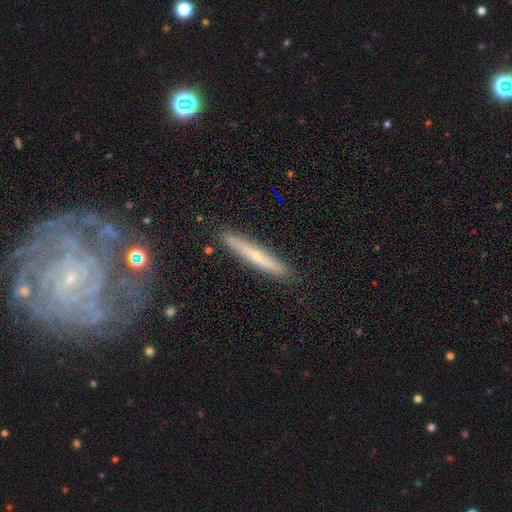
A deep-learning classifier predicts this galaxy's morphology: A smooth galaxy with no disk features (57%) that is cigar-shaped (95%).

Vote fractions:
- Smooth or featured? smooth: 57% / featured or disk: 36% / star or artifact: 7%
- How rounded? cigar-shaped: 95% / in between: 3% / round: 1%
- Merging? none: 90% / minor disturbance: 7% / major disturbance: 1% / merger: 1%